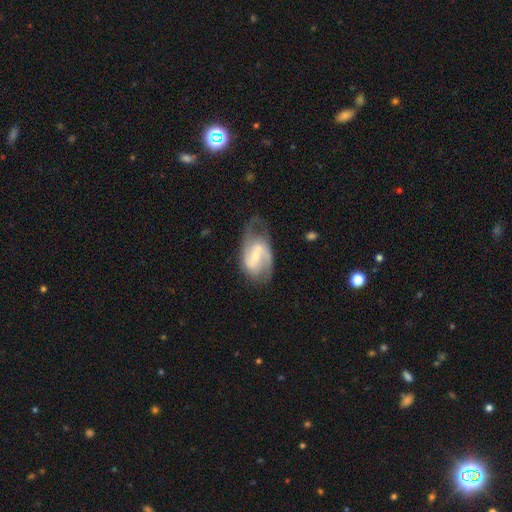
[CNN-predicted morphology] featured or disk 79%, smooth 15%, star or artifact 6%. Down the decision tree: edge-on disk — no (97%); bar — weak (48%); spiral arms — yes (92%); spiral arm count — 2 (80%); spiral winding — medium (50%); bulge size — small (53%); merging — none (55%).